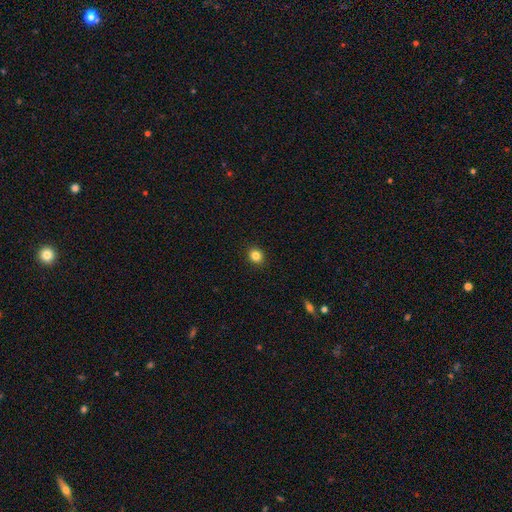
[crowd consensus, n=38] Volunteers were most divided on "how rounded": round: 77%, in between: 23%, cigar-shaped: 0%. More confident: merging — none (94%); smooth or featured — smooth (92%).